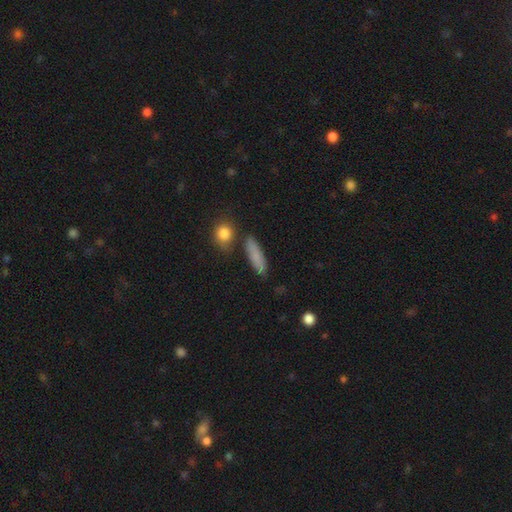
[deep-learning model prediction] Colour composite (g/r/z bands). It shows a smooth galaxy with no disk features (80%) that is cigar-shaped (66%). Merging: none (77%).